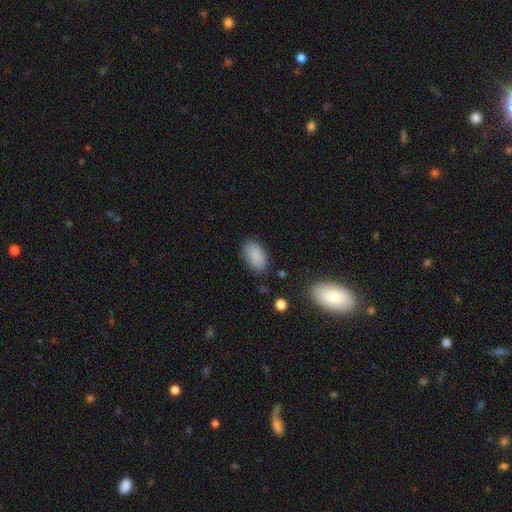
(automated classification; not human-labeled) A smooth galaxy with no disk features (87%) that is in between round and cigar-shaped (93%).

Vote fractions:
- Smooth or featured? smooth: 87% / star or artifact: 8% / featured or disk: 5%
- How rounded? in between: 93% / round: 6% / cigar-shaped: 2%
- Merging? none: 83% / minor disturbance: 12% / major disturbance: 3% / merger: 2%